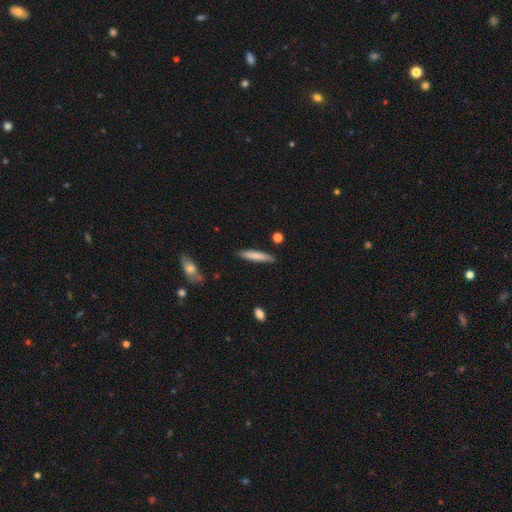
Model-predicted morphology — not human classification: Smooth or featured? smooth (78%)
How rounded? cigar-shaped (91%)
Merging? none (88%)